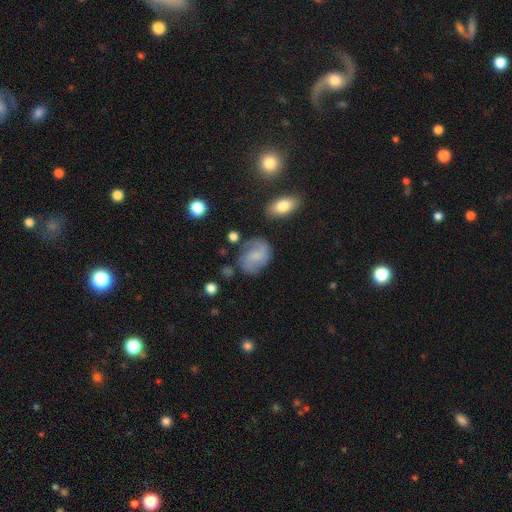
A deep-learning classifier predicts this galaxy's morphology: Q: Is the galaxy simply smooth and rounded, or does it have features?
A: featured or disk — 46%.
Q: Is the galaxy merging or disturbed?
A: none — 62%.